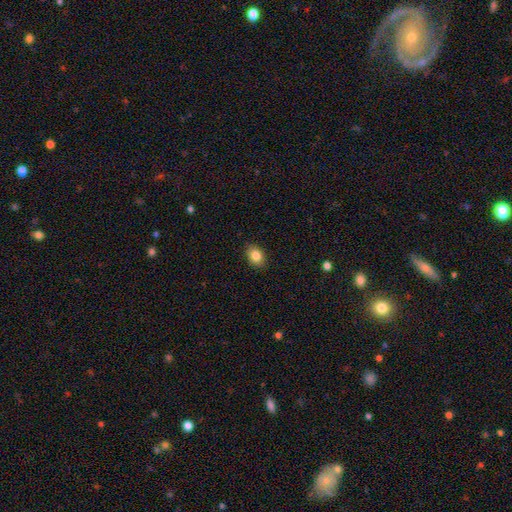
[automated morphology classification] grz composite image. It shows a smooth galaxy with no disk features (85%) that is in between round and cigar-shaped (74%). Merging: none (88%).